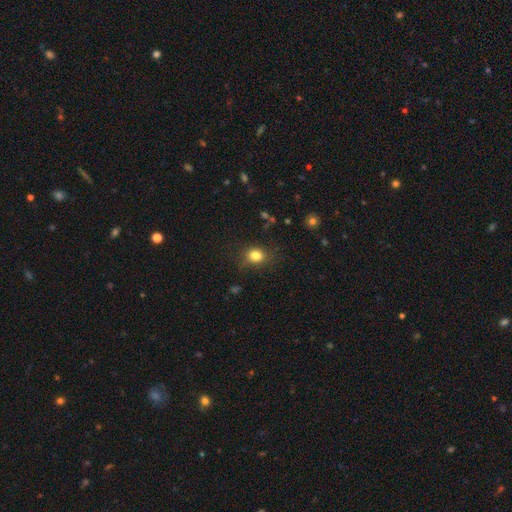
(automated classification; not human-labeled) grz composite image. It shows a smooth galaxy with no disk features (82%) that is round (58%). Merging: none (78%).